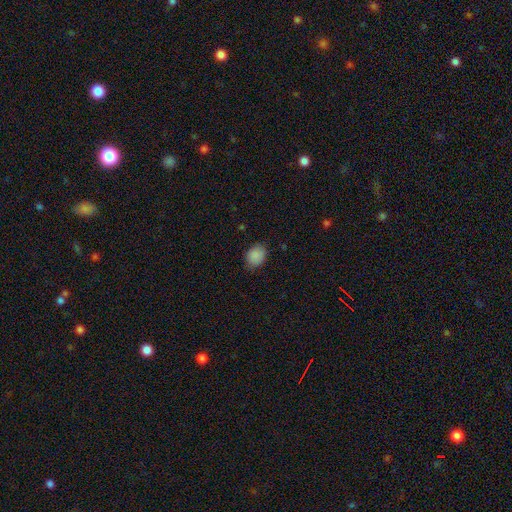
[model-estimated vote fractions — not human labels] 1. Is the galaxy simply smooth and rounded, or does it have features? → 88% smooth, 8% star or artifact, 4% featured or disk.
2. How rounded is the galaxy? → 58% in between, 41% round, 1% cigar-shaped.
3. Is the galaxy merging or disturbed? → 79% none, 17% minor disturbance, 3% major disturbance, 1% merger.